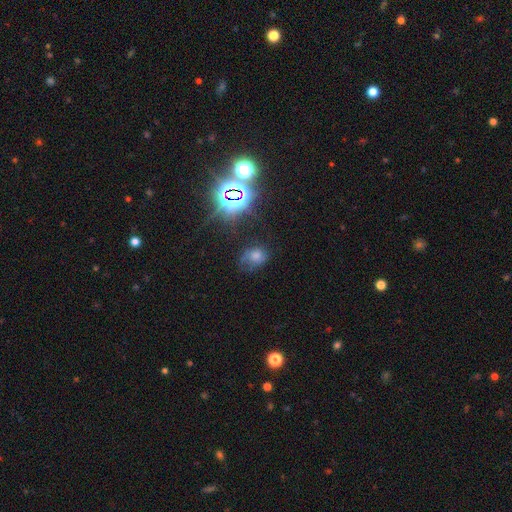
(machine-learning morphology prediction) Smooth or featured? Predicted: star or artifact (p=0.42).